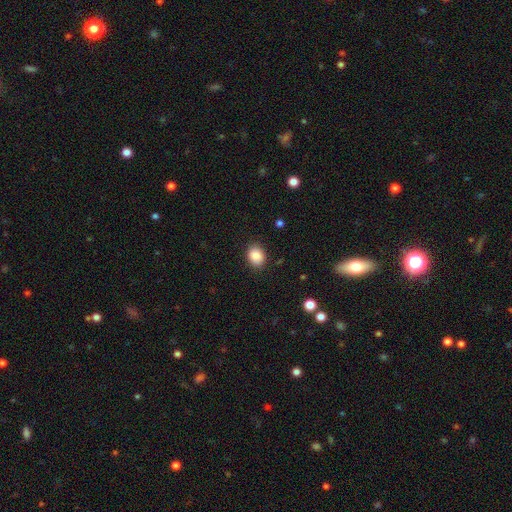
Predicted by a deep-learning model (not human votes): This appears to be a smooth galaxy with no disk features (85%) that is in between round and cigar-shaped (57%). Merging: none (87%).